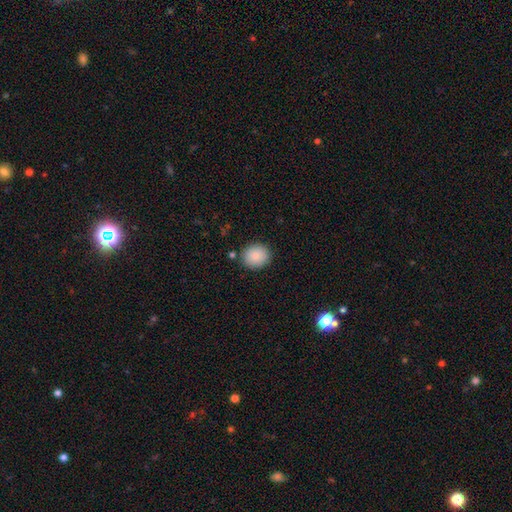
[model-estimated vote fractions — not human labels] smooth 88%, star or artifact 8%, featured or disk 5%. Down the decision tree: how rounded — round (76%); merging — none (86%).